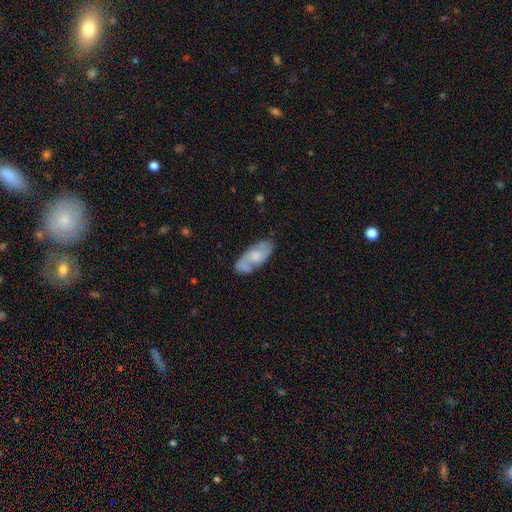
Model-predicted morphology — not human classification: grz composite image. It shows a featured or disk galaxy (52%). Merging: none (67%).